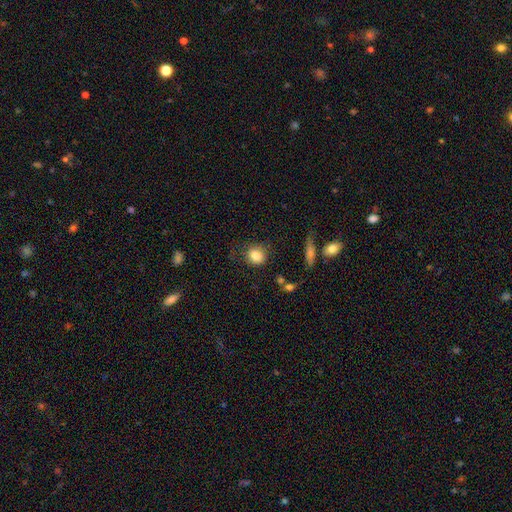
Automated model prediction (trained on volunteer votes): A smooth galaxy with no disk features (83%) that is round (82%).

Vote fractions:
- Smooth or featured? smooth: 83% / star or artifact: 9% / featured or disk: 7%
- How rounded? round: 82% / in between: 17% / cigar-shaped: 1%
- Merging? none: 77% / minor disturbance: 15% / major disturbance: 5% / merger: 2%